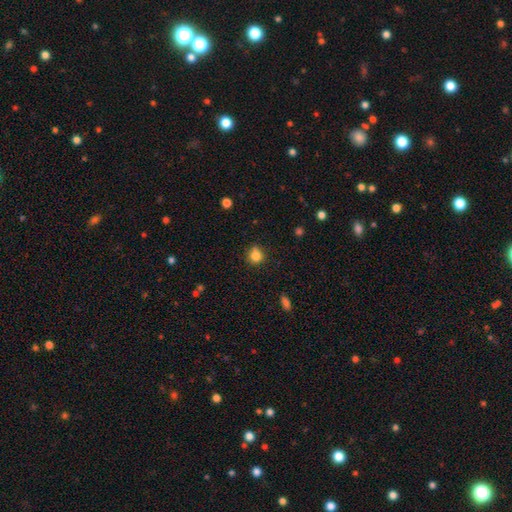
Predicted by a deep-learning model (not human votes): smooth 82%, star or artifact 12%, featured or disk 6%. Down the decision tree: how rounded — round (84%); merging — none (68%).